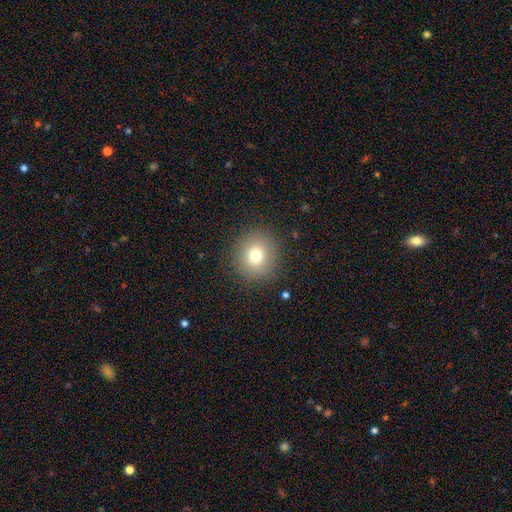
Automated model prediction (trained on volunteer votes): Smooth or featured? Predicted: smooth (p=0.74). How rounded? Predicted: round (p=0.91). Merging? Predicted: none (p=0.88).